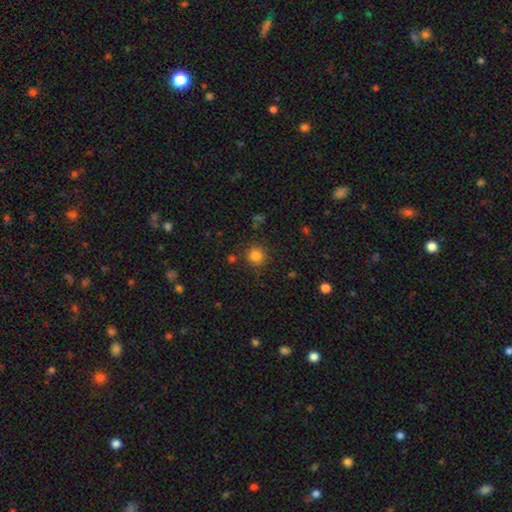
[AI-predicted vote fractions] A smooth galaxy with no disk features (82%) that is round (93%). Merging: none (86%).